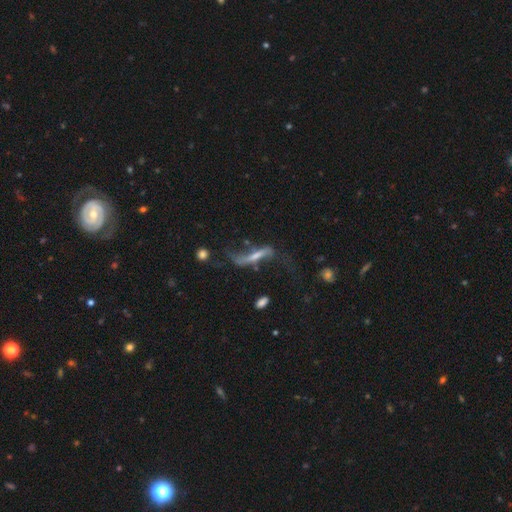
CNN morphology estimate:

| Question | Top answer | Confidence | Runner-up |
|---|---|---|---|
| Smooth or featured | featured or disk | 62% | smooth (29%) |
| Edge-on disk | no | 57% | yes (43%) |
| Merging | major disturbance | 37% | none (34%) |